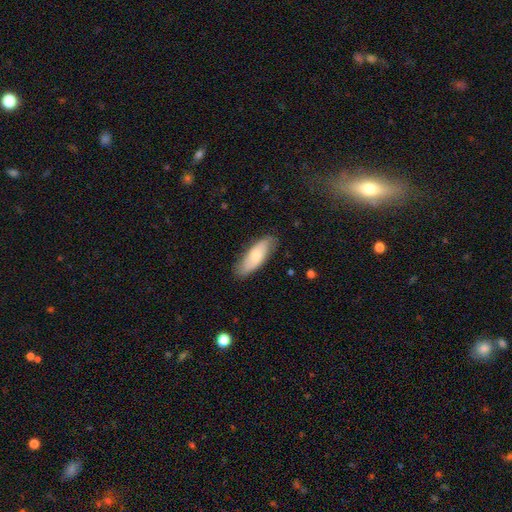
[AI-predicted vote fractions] The model was most divided on "how rounded": in between: 69%, cigar-shaped: 29%, round: 2%. More confident: merging — none (80%); smooth or featured — smooth (68%).